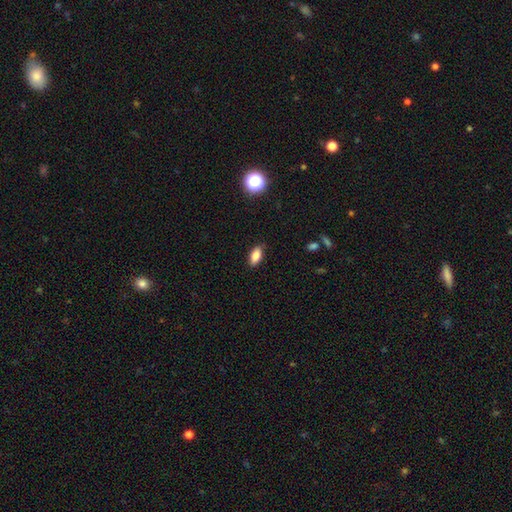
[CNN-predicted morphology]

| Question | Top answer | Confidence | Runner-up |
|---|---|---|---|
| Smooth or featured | smooth | 84% | star or artifact (9%) |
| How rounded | in between | 85% | cigar-shaped (11%) |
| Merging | none | 83% | minor disturbance (13%) |